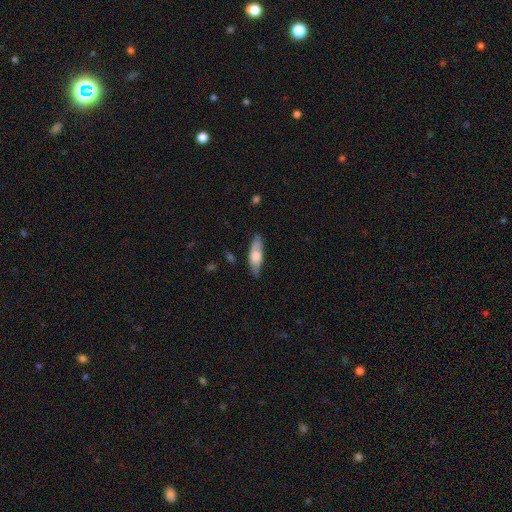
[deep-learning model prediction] This appears to be a smooth galaxy with no disk features (65%) that is in between round and cigar-shaped (57%). Merging: none (74%).